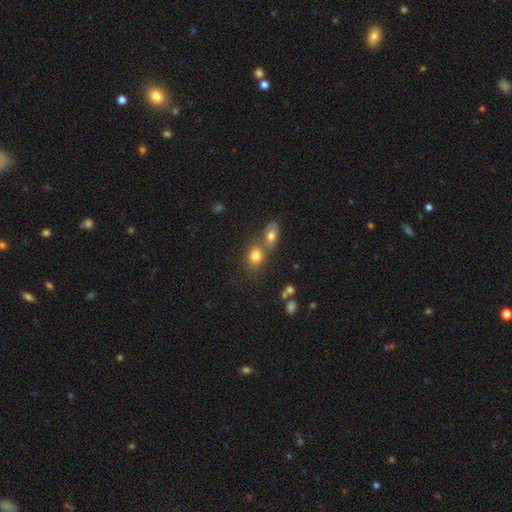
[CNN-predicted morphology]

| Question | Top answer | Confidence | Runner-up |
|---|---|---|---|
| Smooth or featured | smooth | 78% | star or artifact (11%) |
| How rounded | round | 54% | in between (44%) |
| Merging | merger | 44% | none (43%) |